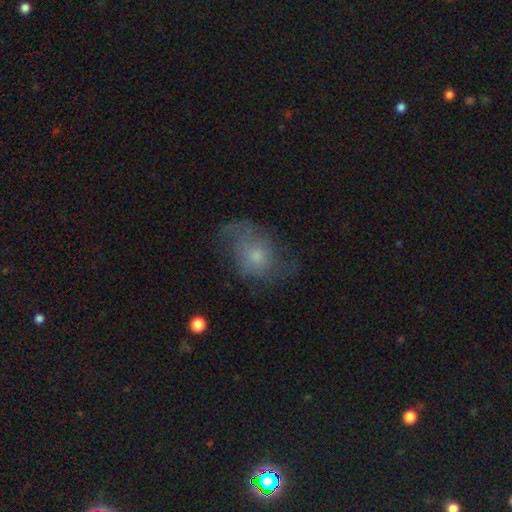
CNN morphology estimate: smooth_or_featured: featured or disk (p=0.45) [alt: smooth p=0.43]
merging: none (p=0.45) [alt: minor disturbance p=0.27]